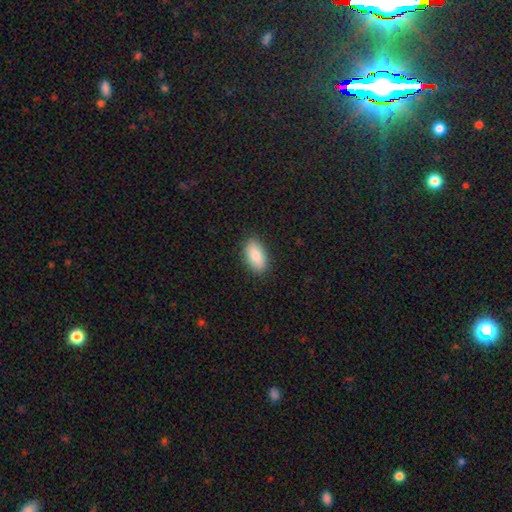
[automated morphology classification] smooth-or-featured: smooth: 85% | featured or disk: 9% | star or artifact: 7%
  how-rounded: in between: 91% | cigar-shaped: 5% | round: 3%
  merging: none: 88% | minor disturbance: 9% | major disturbance: 2% | merger: 1%